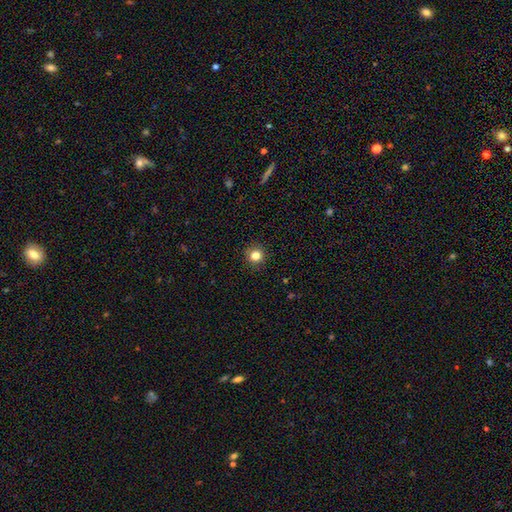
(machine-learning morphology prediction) smooth_or_featured: smooth (p=0.82) [alt: star or artifact p=0.13]
how_rounded: round (p=0.93) [alt: in between p=0.06]
merging: none (p=0.91) [alt: minor disturbance p=0.06]